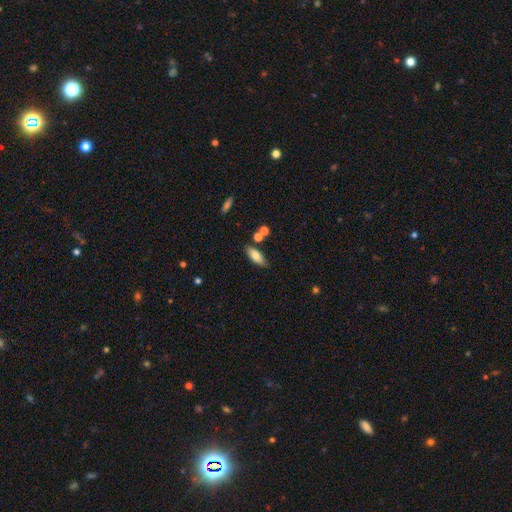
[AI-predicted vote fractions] A smooth galaxy with no disk features (77%) that is in between round and cigar-shaped (73%).

Vote fractions:
- Smooth or featured? smooth: 77% / featured or disk: 15% / star or artifact: 8%
- How rounded? in between: 73% / cigar-shaped: 24% / round: 2%
- Merging? none: 77% / minor disturbance: 13% / merger: 7% / major disturbance: 3%